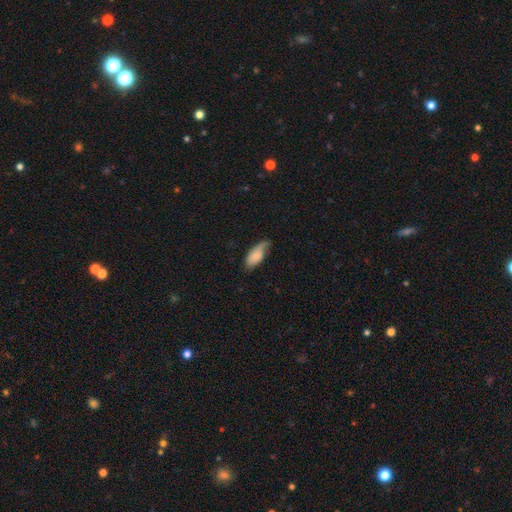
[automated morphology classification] type=smooth (69%); roundness=in between (88%); merging=none (42%).